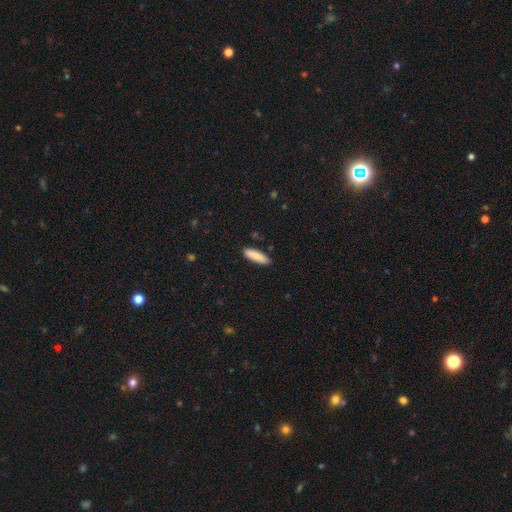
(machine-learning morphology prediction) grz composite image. It shows a smooth galaxy with no disk features (87%) that is cigar-shaped (57%). Merging: none (87%).